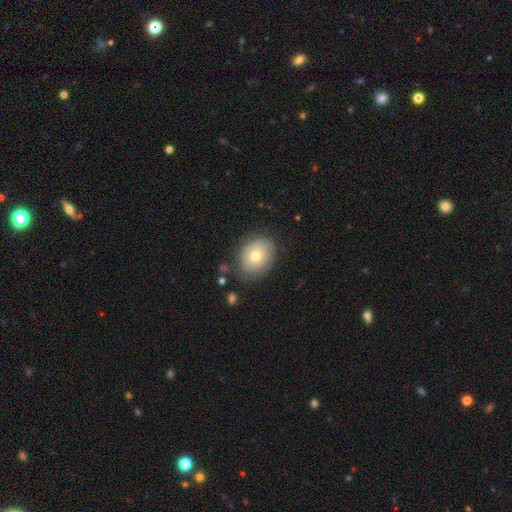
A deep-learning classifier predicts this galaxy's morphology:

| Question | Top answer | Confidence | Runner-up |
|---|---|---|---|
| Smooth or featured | smooth | 69% | featured or disk (23%) |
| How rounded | in between | 54% | round (45%) |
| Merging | none | 78% | minor disturbance (16%) |